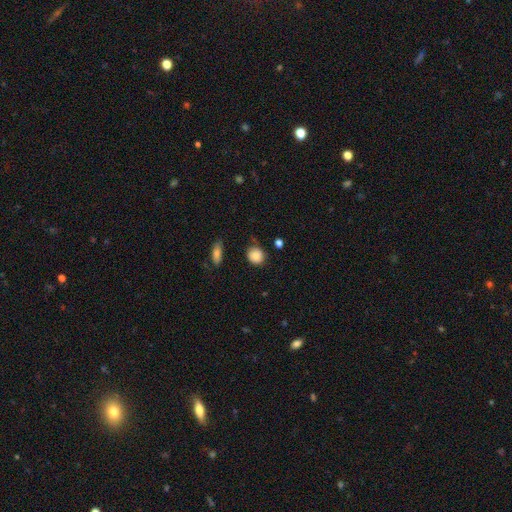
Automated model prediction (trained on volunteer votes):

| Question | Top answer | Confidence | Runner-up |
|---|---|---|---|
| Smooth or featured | smooth | 85% | star or artifact (9%) |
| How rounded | round | 82% | in between (17%) |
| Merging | none | 72% | minor disturbance (21%) |